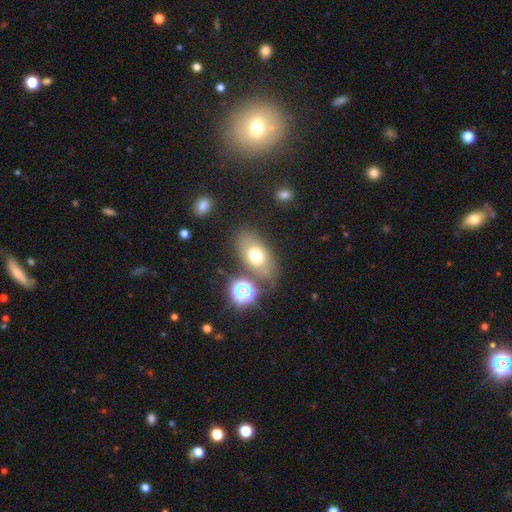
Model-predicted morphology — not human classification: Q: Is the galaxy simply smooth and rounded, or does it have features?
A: smooth — 67%.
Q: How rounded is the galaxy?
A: in between — 84%.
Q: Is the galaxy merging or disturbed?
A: none — 70%.